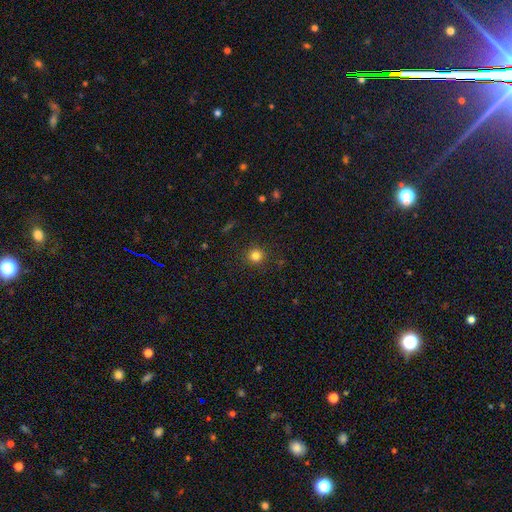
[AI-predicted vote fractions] This appears to be a smooth galaxy with no disk features (81%) that is round (94%). Merging: none (91%).